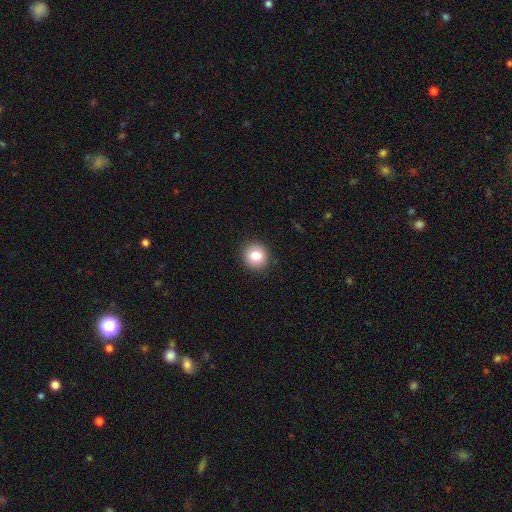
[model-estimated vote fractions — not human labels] Smooth or featured? Predicted: smooth (p=0.82). How rounded? Predicted: round (p=0.91). Merging? Predicted: none (p=0.91).